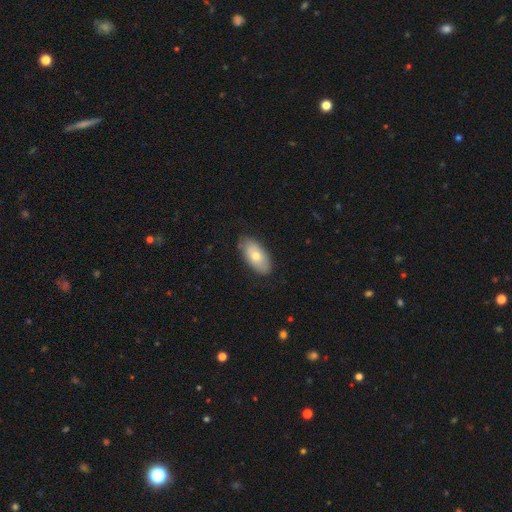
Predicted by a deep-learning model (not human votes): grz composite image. It shows a smooth galaxy with no disk features (69%) that is in between round and cigar-shaped (92%). Merging: none (81%).